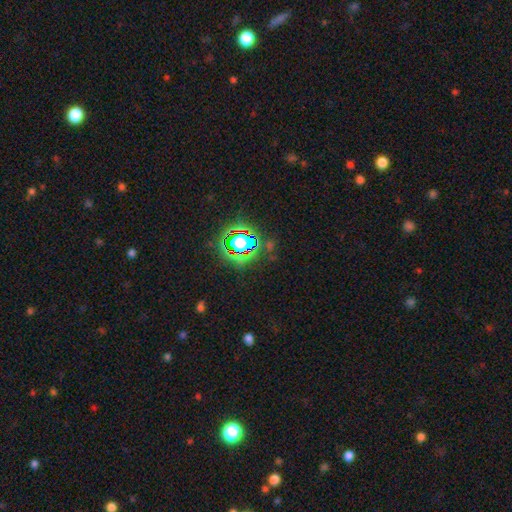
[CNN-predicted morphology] star or artifact 80%, smooth 12%, featured or disk 8%.